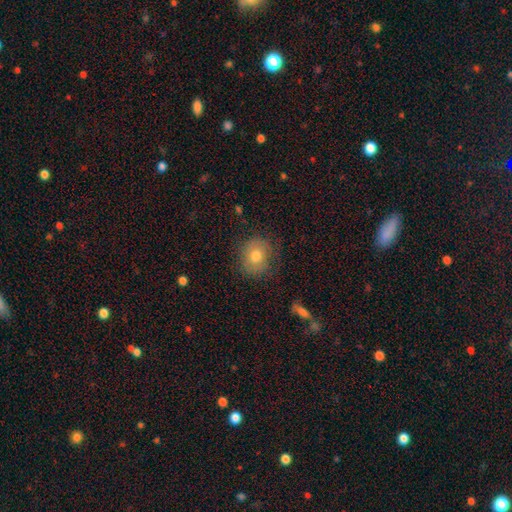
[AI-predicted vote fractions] Smooth or featured? Predicted: smooth (p=0.73). How rounded? Predicted: round (p=0.78). Merging? Predicted: none (p=0.79).